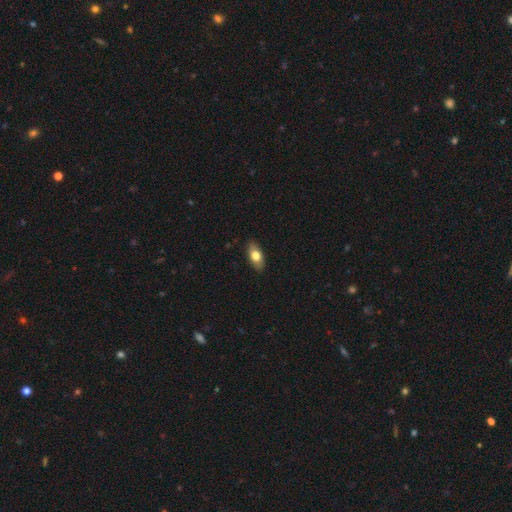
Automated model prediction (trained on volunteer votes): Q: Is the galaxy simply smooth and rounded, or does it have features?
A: smooth — 73%.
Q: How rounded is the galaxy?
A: in between — 85%.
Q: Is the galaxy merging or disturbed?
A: none — 87%.